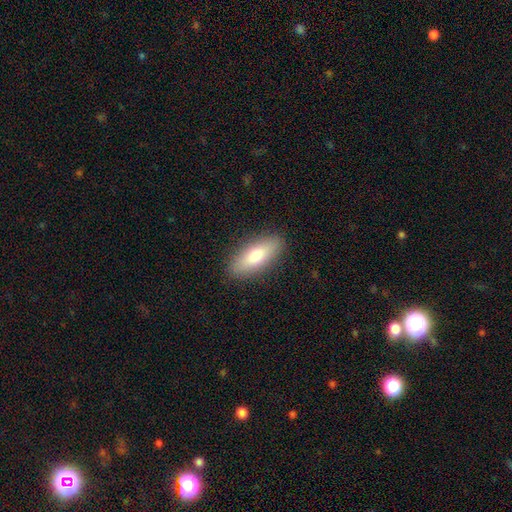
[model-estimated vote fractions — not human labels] This appears to be a smooth galaxy with no disk features (80%) that is in between round and cigar-shaped (68%). Merging: none (88%).